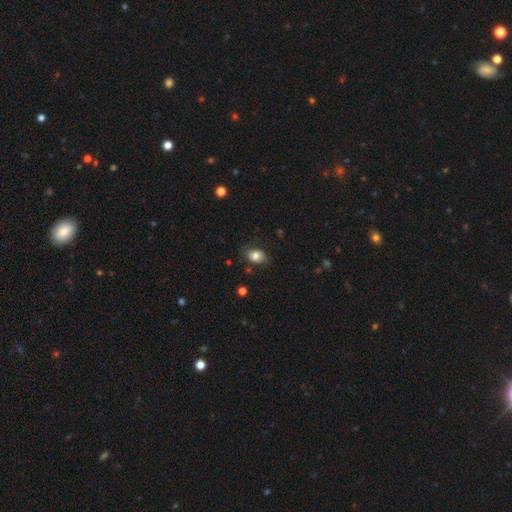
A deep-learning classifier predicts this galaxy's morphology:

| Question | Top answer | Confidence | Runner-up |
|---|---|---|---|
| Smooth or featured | smooth | 78% | featured or disk (14%) |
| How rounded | in between | 72% | round (27%) |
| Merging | none | 74% | minor disturbance (19%) |